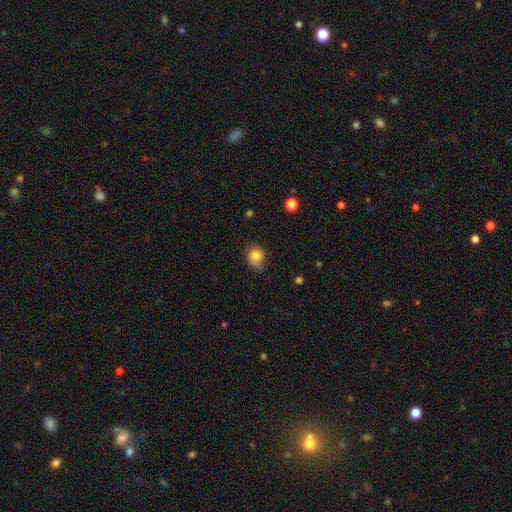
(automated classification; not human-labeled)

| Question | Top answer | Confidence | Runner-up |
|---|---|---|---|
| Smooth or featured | smooth | 81% | star or artifact (10%) |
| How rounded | round | 71% | in between (29%) |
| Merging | none | 54% | minor disturbance (35%) |